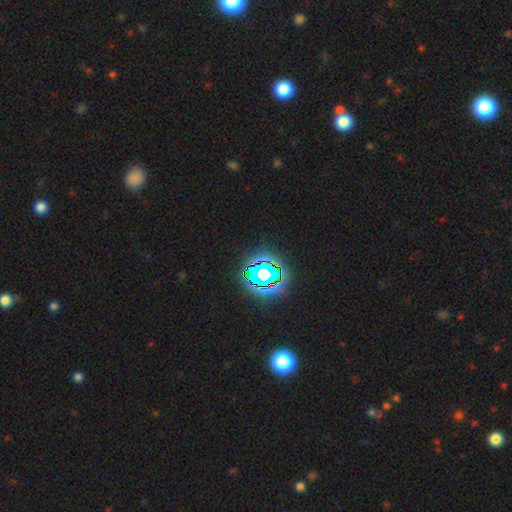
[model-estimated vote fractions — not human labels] Morphology: type=star or artifact (80%).